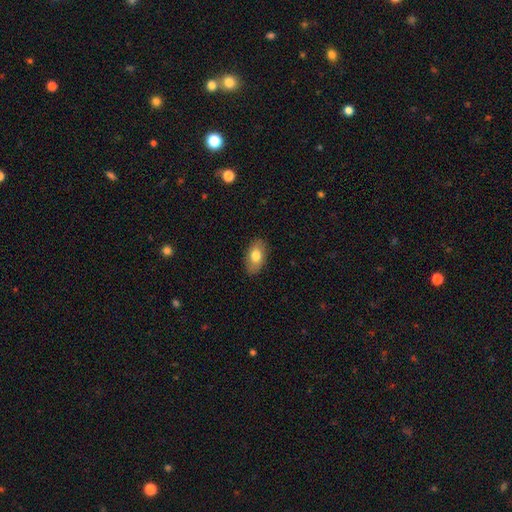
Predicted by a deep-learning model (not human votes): This appears to be a smooth galaxy with no disk features (77%) that is in between round and cigar-shaped (91%). Merging: none (86%).